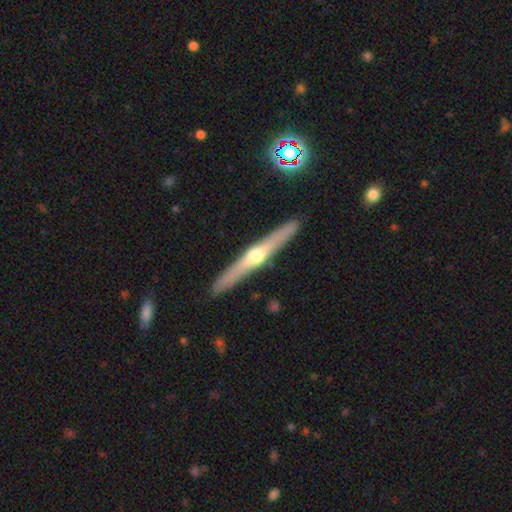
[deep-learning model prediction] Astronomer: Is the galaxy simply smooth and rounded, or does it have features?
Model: featured or disk — 73%.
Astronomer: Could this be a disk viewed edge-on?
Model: yes — 97%.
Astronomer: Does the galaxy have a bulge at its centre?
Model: rounded — 93%.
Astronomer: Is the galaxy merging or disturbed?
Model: none — 91%.